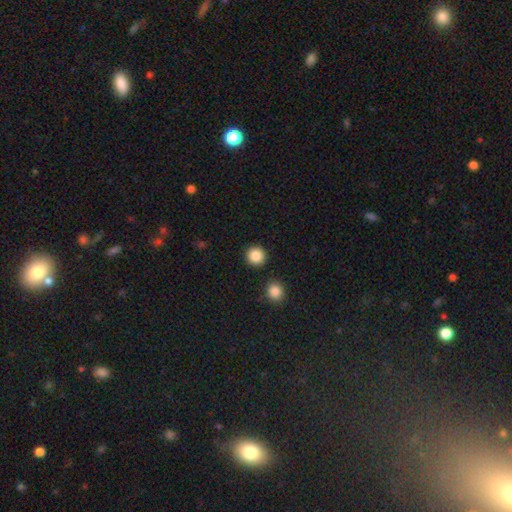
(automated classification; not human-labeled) Smooth or featured?
  - smooth: 87% *
  - star or artifact: 9%
  - featured or disk: 3%
How rounded?
  - round: 94% *
  - in between: 5%
  - cigar-shaped: 1%
Merging?
  - none: 90% *
  - minor disturbance: 5%
  - merger: 3%
  - major disturbance: 2%